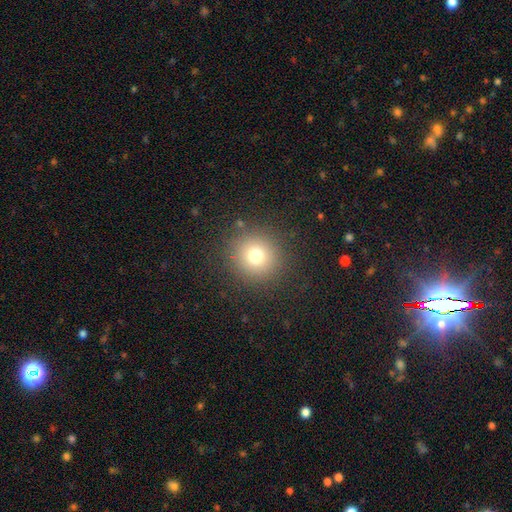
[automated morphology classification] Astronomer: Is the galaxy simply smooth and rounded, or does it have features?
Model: smooth — 74%.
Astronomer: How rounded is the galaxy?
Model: round — 94%.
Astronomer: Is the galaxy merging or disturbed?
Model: none — 89%.